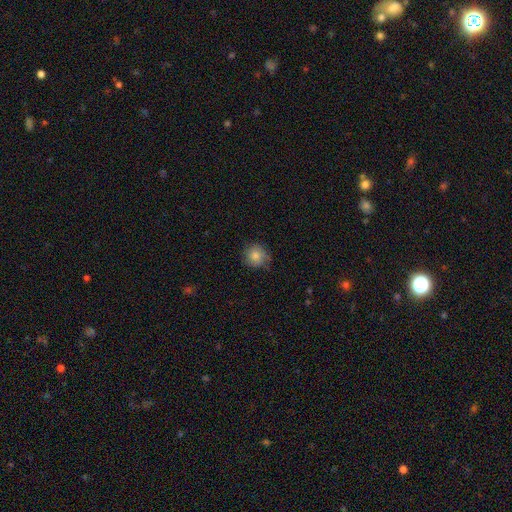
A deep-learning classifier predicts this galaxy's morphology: A smooth galaxy with no disk features (81%) that is round (91%).

Vote fractions:
- Smooth or featured? smooth: 81% / star or artifact: 10% / featured or disk: 9%
- How rounded? round: 91% / in between: 8% / cigar-shaped: 1%
- Merging? none: 72% / minor disturbance: 22% / major disturbance: 4% / merger: 1%